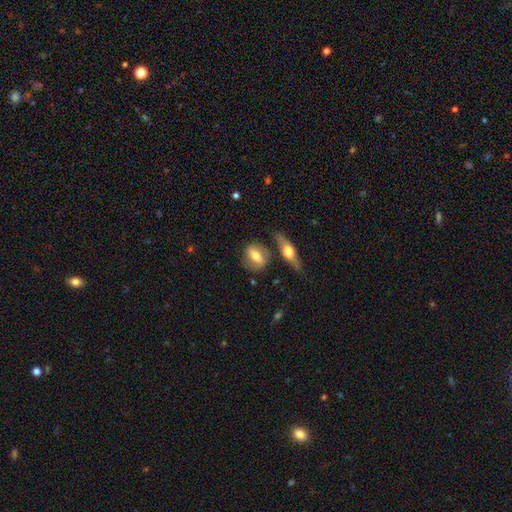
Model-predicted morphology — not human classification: smooth-or-featured: smooth: 57% | featured or disk: 36% | star or artifact: 7%
  how-rounded: in between: 56% | round: 37% | cigar-shaped: 8%
  merging: none: 70% | minor disturbance: 14% | merger: 11% | major disturbance: 5%